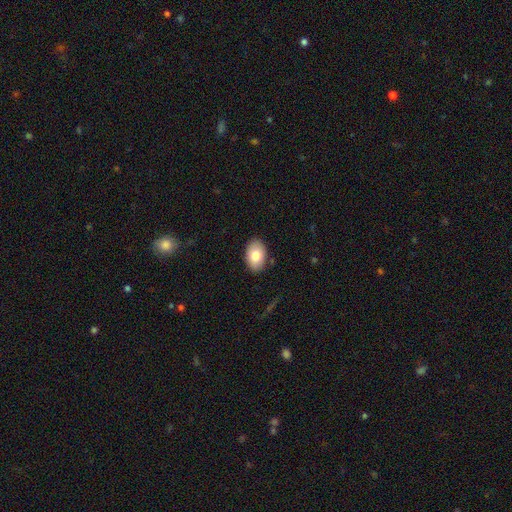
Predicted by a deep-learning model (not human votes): smooth-or-featured: smooth: 80% | featured or disk: 13% | star or artifact: 7%
  how-rounded: in between: 89% | round: 10% | cigar-shaped: 1%
  merging: none: 87% | minor disturbance: 10% | major disturbance: 2% | merger: 1%